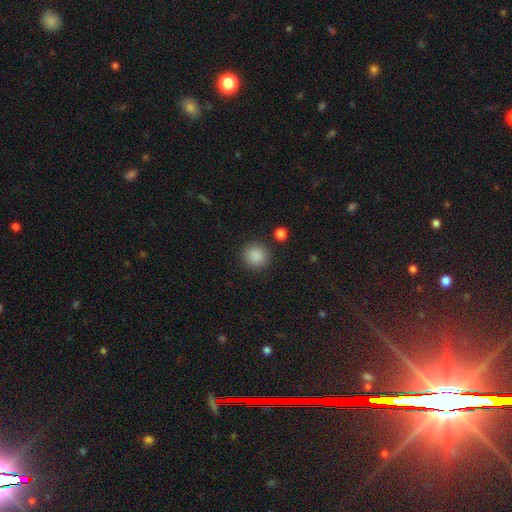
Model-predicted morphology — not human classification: smooth_or_featured: smooth (p=0.88) [alt: star or artifact p=0.09]
how_rounded: round (p=0.91) [alt: in between p=0.08]
merging: none (p=0.89) [alt: minor disturbance p=0.06]